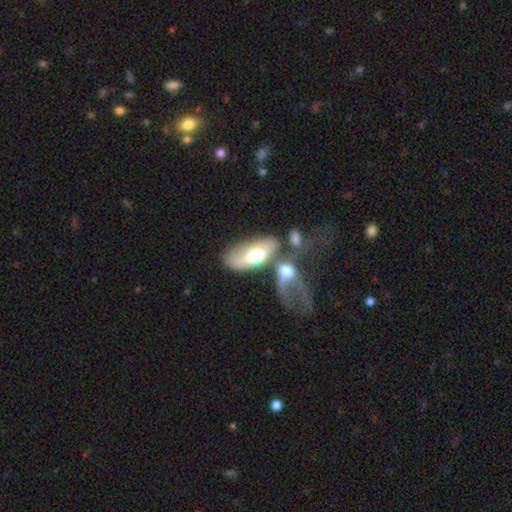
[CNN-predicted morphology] featured or disk 47%, smooth 46%, star or artifact 8%. Down the decision tree: merging — merger (52%).